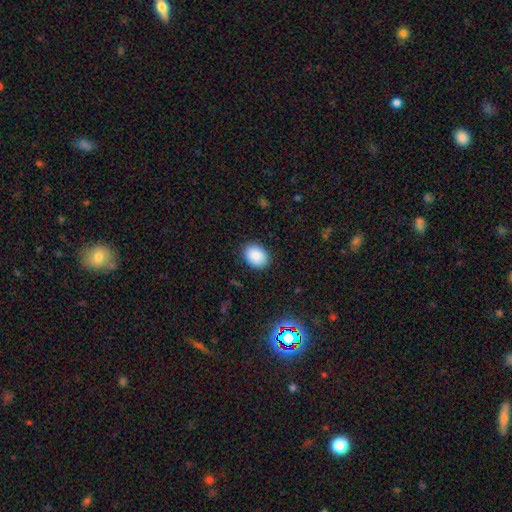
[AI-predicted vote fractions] A smooth galaxy with no disk features (86%) that is in between round and cigar-shaped (66%). Merging: none (87%).